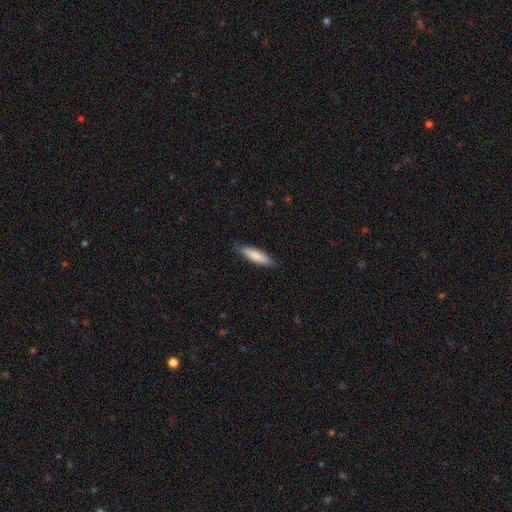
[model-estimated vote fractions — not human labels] Morphology: type=smooth (80%); roundness=cigar-shaped (72%); merging=none (84%).